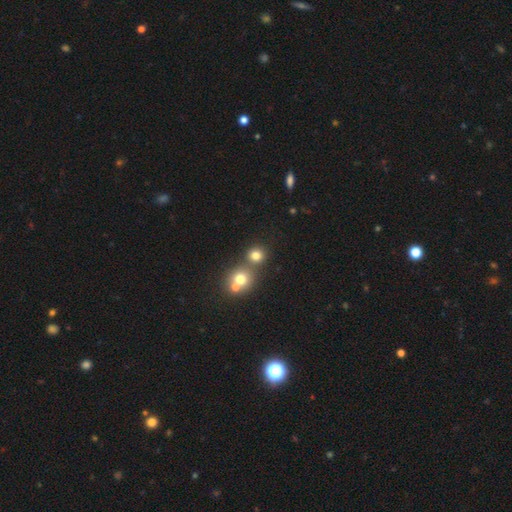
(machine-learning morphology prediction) Q: Smooth or featured?
A: smooth (74%); runner-up: star or artifact (15%)
Q: How rounded?
A: round (86%); runner-up: in between (13%)
Q: Merging?
A: none (58%); runner-up: merger (32%)